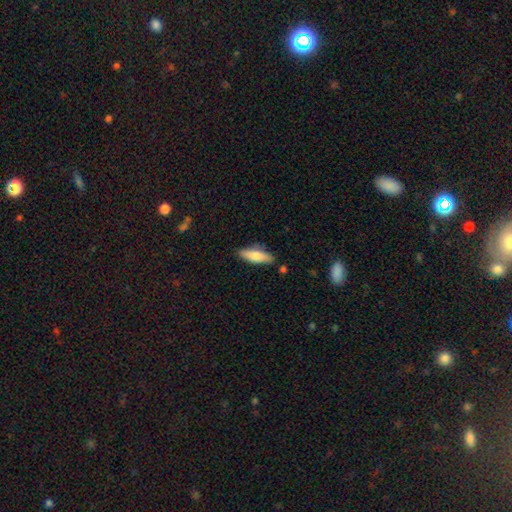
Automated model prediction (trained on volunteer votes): A smooth galaxy with no disk features (73%) that is in between round and cigar-shaped (52%).

Vote fractions:
- Smooth or featured? smooth: 73% / featured or disk: 21% / star or artifact: 6%
- How rounded? in between: 52% / cigar-shaped: 46% / round: 2%
- Merging? none: 81% / minor disturbance: 13% / merger: 3% / major disturbance: 3%